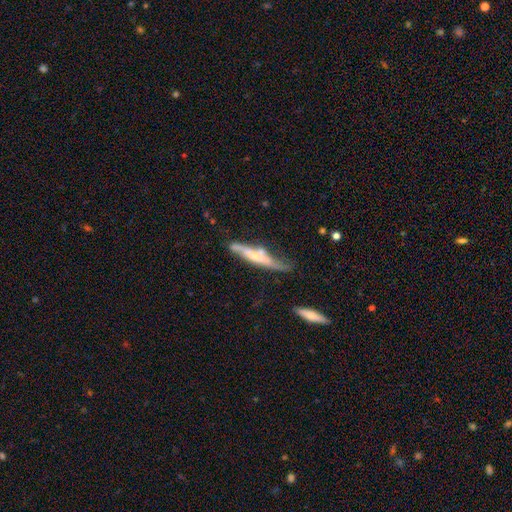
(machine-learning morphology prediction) The model was most divided on "merging": none: 40%, minor disturbance: 30%, major disturbance: 16%, merger: 14%. More confident: edge-on disk — yes (67%); smooth or featured — featured or disk (56%).